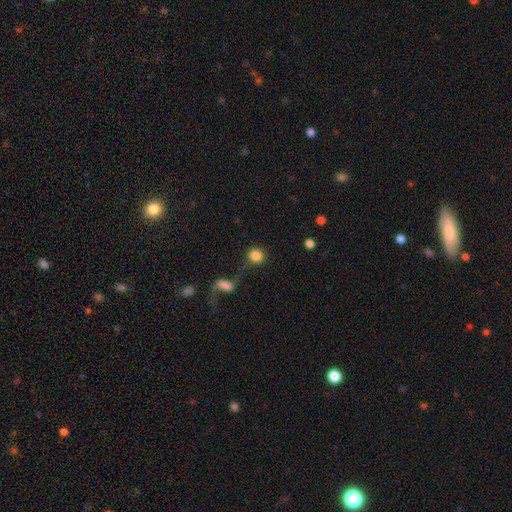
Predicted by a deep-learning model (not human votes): Smooth or featured: smooth — 83% (star or artifact — 9%)
How rounded: round — 81% (in between — 17%)
Merging: none — 57% (merger — 20%)